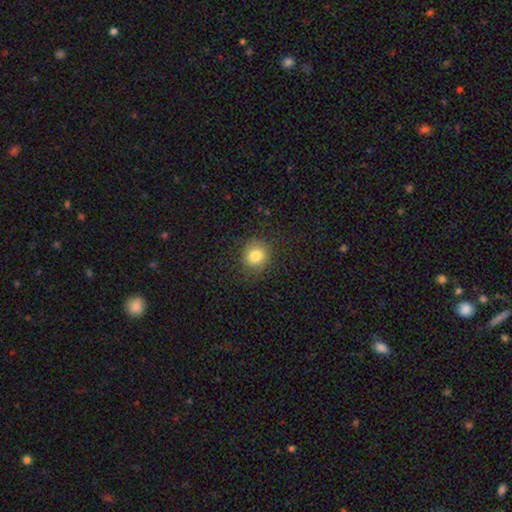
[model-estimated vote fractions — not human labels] Overall: smooth (80%). How rounded: round (87%). Merging: none (84%).